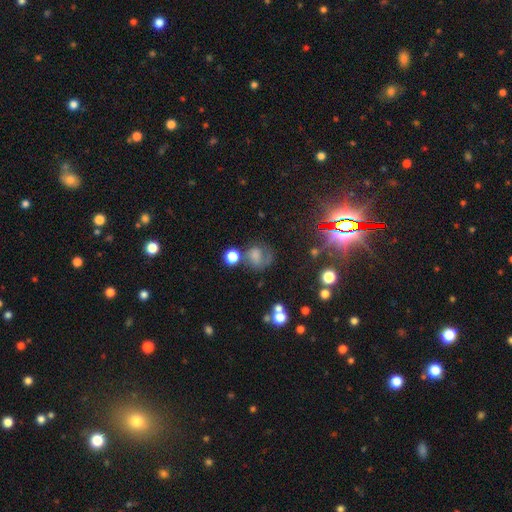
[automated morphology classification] A smooth galaxy with no disk features (49%).

Vote fractions:
- Smooth or featured? smooth: 49% / featured or disk: 32% / star or artifact: 19%
- Merging? none: 42% / major disturbance: 27% / minor disturbance: 22% / merger: 9%